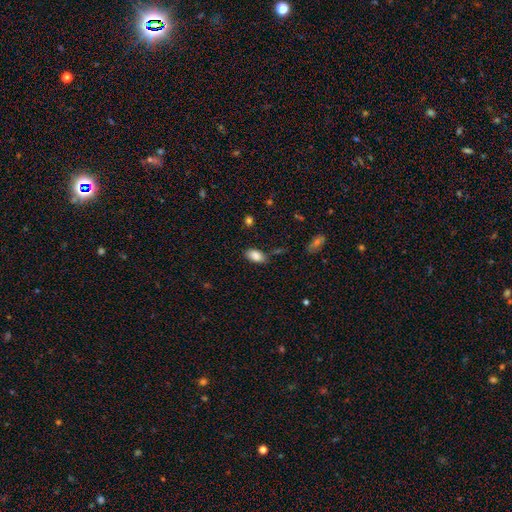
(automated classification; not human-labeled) smooth 87%, star or artifact 8%, featured or disk 5%. Down the decision tree: how rounded — in between (93%); merging — none (75%).